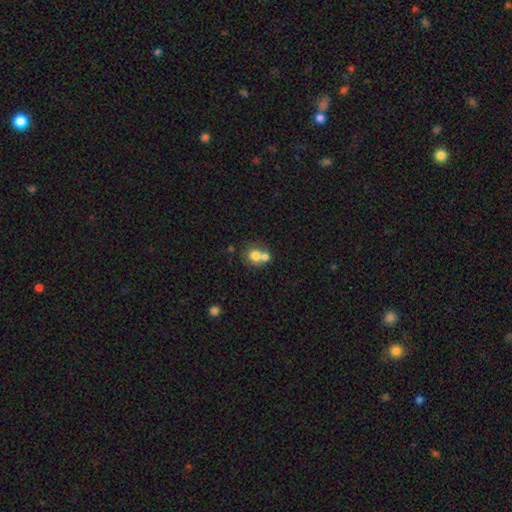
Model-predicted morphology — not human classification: Q: Smooth or featured?
A: smooth (74%); runner-up: featured or disk (16%)
Q: How rounded?
A: round (76%); runner-up: in between (23%)
Q: Merging?
A: merger (53%); runner-up: none (36%)